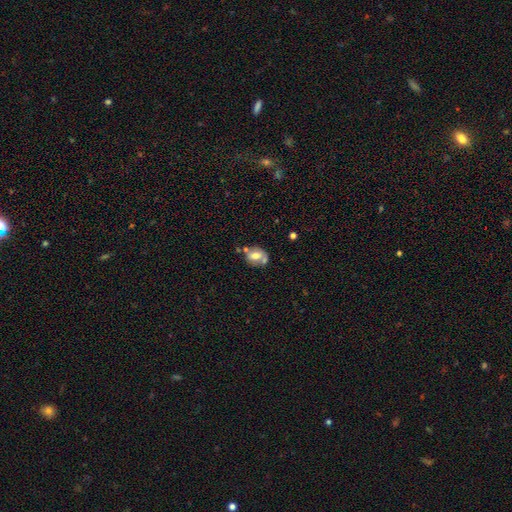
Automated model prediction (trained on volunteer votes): This is possibly a smooth galaxy (59%). How rounded: possibly in between (60%). Merging: possibly none (47%).